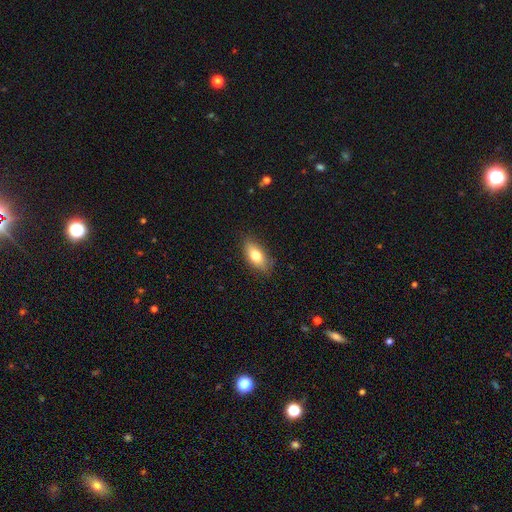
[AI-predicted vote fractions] Smooth or featured?
  - smooth: 74% *
  - featured or disk: 18%
  - star or artifact: 7%
How rounded?
  - in between: 83% *
  - cigar-shaped: 13%
  - round: 5%
Merging?
  - none: 85% *
  - minor disturbance: 12%
  - major disturbance: 2%
  - merger: 1%